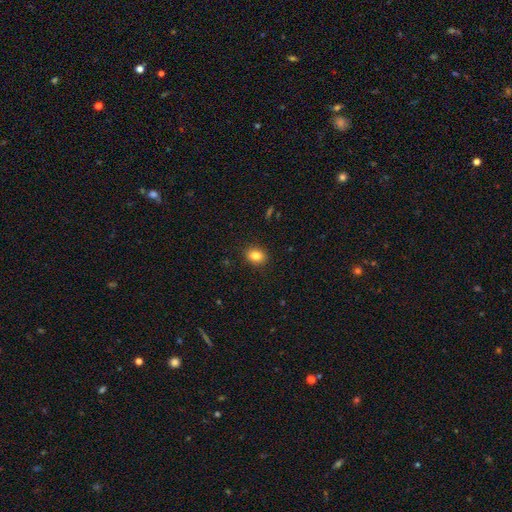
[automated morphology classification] This appears to be a smooth galaxy with no disk features (84%) that is in between round and cigar-shaped (59%). Merging: none (89%).